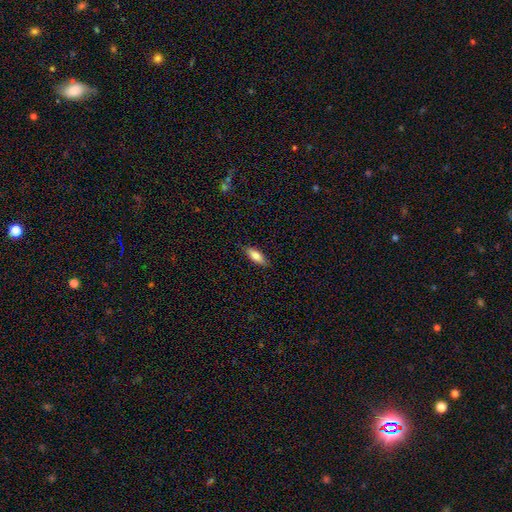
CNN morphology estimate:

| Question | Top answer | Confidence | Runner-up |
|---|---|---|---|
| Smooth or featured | smooth | 80% | featured or disk (13%) |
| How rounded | in between | 71% | cigar-shaped (27%) |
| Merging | none | 85% | minor disturbance (12%) |